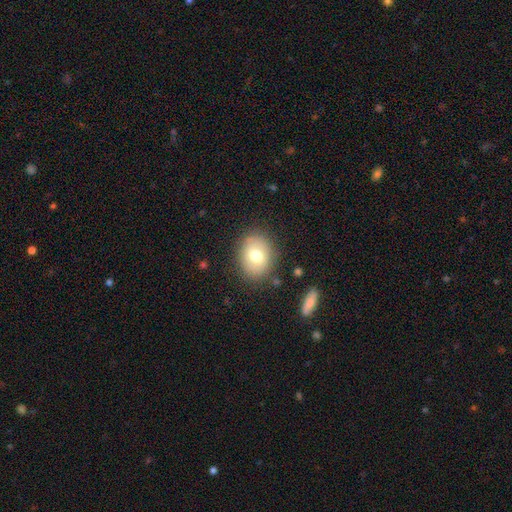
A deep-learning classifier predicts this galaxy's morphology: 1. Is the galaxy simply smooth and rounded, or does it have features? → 72% smooth, 19% featured or disk, 9% star or artifact.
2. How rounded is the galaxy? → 54% in between, 45% round, 1% cigar-shaped.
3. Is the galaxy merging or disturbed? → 82% none, 12% minor disturbance, 4% major disturbance, 2% merger.